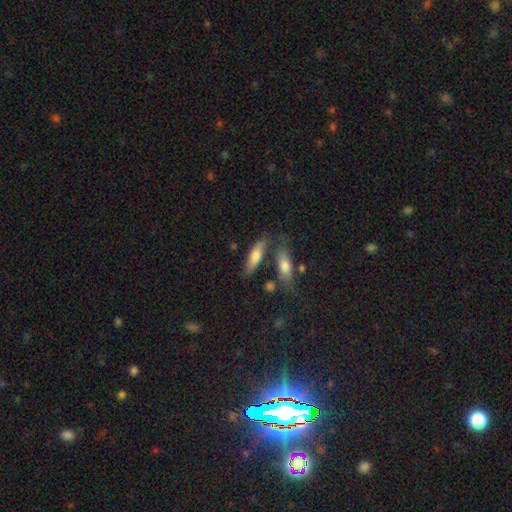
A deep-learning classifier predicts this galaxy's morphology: smooth 70%, featured or disk 23%, star or artifact 7%. Down the decision tree: how rounded — in between (49%); merging — none (60%).